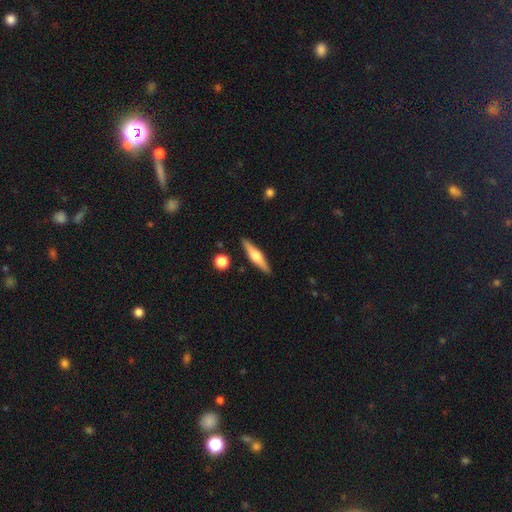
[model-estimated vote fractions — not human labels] This is likely a featured or disk galaxy (60%). It is clearly viewed edge-on (96%). Edge-on bulge: clearly rounded (92%). Merging: clearly none (89%).